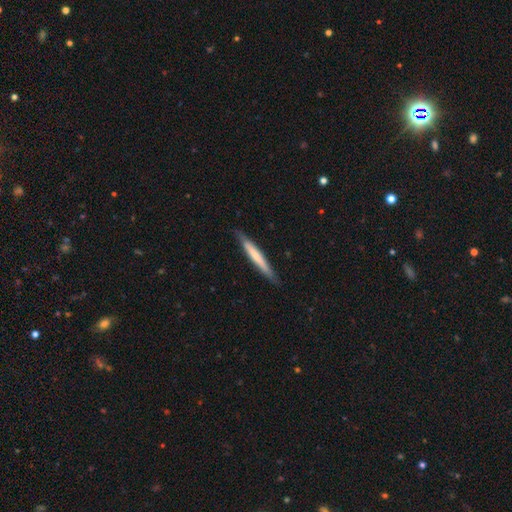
smooth-or-featured: smooth: 59% | featured or disk: 36% | star or artifact: 5%
  how-rounded: cigar-shaped: 96% | round: 4% | in between: 0%
  merging: none: 89% | minor disturbance: 8% | merger: 3% | major disturbance: 0%